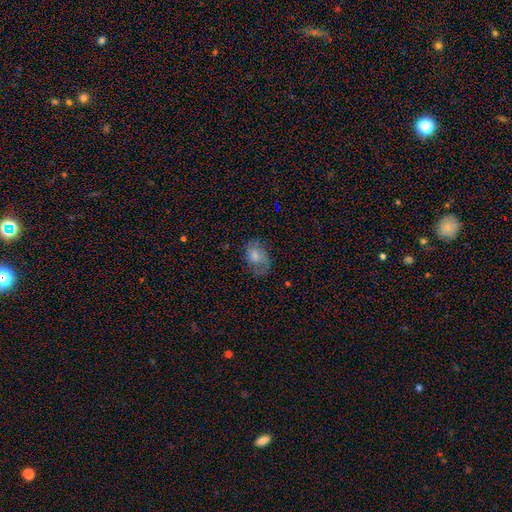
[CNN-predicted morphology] type=smooth (70%); roundness=in between (81%); merging=none (56%).